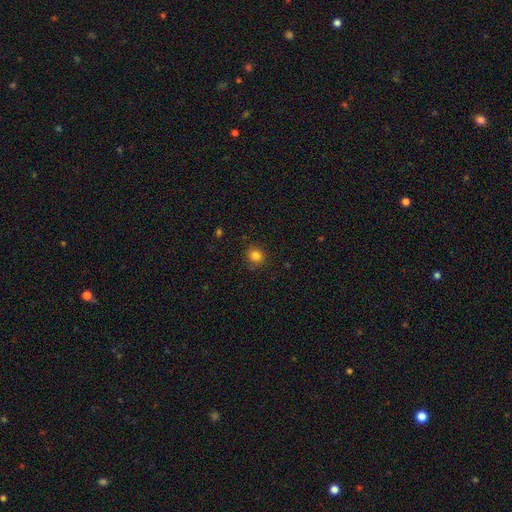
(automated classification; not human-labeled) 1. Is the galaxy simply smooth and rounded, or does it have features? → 82% smooth, 13% star or artifact, 5% featured or disk.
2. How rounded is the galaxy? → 84% round, 15% in between, 1% cigar-shaped.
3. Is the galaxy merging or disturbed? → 87% none, 10% minor disturbance, 3% major disturbance, 1% merger.